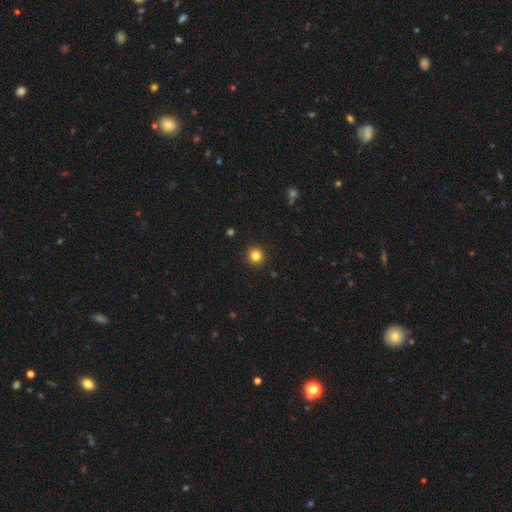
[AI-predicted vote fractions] smooth-or-featured: smooth: 83% | star or artifact: 12% | featured or disk: 5%
  how-rounded: round: 92% | in between: 7% | cigar-shaped: 1%
  merging: none: 93% | minor disturbance: 5% | major disturbance: 2% | merger: 1%